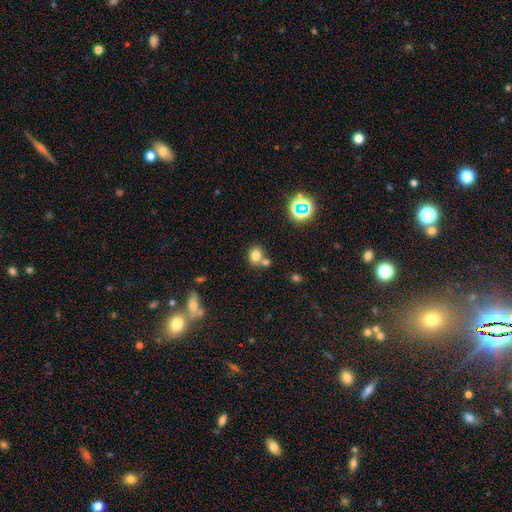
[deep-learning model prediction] The model was most divided on "merging": none: 53%, merger: 34%, minor disturbance: 10%, major disturbance: 4%. More confident: smooth or featured — smooth (77%); how rounded — round (61%).